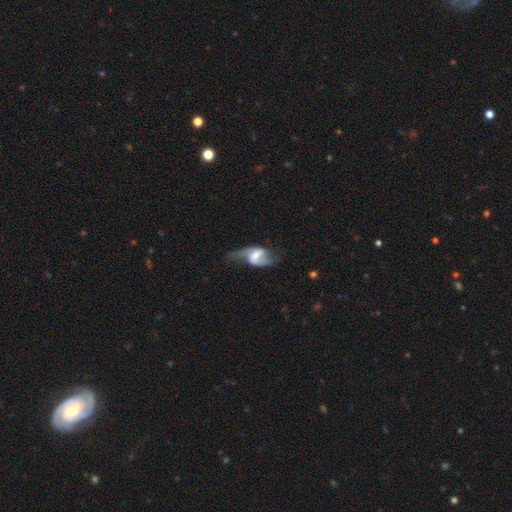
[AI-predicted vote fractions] This appears to be a featured or disk galaxy (80%) with a weak bar (48%), 2 (87%) loose (64%) spiral arms (92%) and a moderate central bulge (35%). Merging: none (53%).